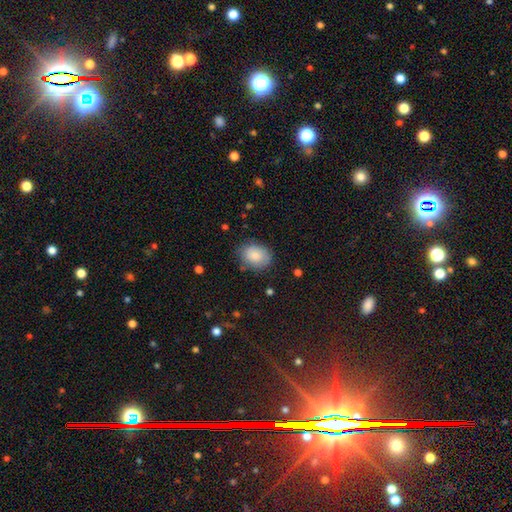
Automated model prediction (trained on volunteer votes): Overall: smooth (83%). How rounded: in between (59%; round 40%). Merging: none (75%).